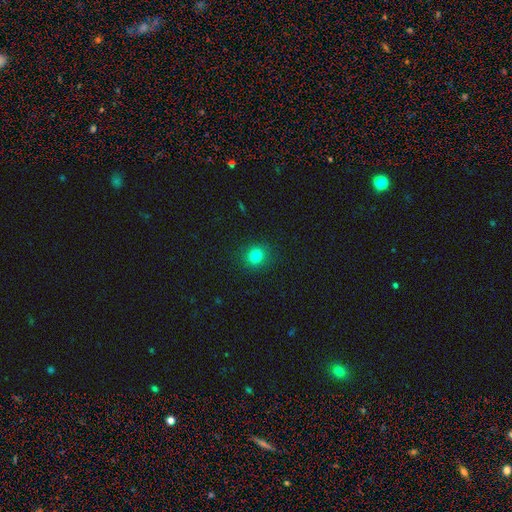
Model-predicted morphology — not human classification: smooth_or_featured: smooth (p=0.81) [alt: star or artifact p=0.14]
how_rounded: round (p=0.83) [alt: in between p=0.16]
merging: none (p=0.90) [alt: minor disturbance p=0.07]